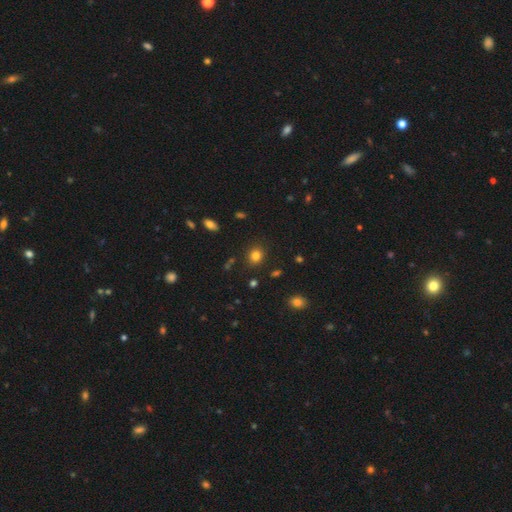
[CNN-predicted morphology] Smooth or featured? smooth (81%)
How rounded? round (74%)
Merging? none (87%)